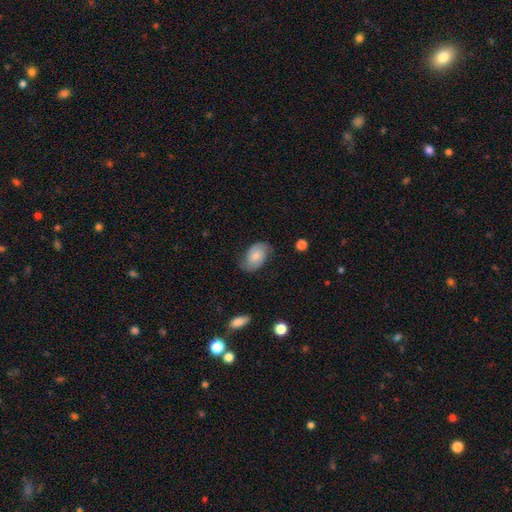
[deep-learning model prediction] Q: Smooth or featured?
A: featured or disk (51%); runner-up: smooth (42%)
Q: Edge-on disk?
A: no (96%); runner-up: yes (4%)
Q: Merging?
A: none (69%); runner-up: minor disturbance (23%)